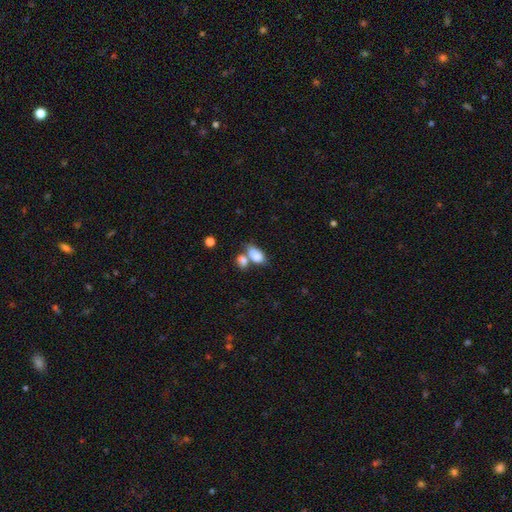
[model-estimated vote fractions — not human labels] This appears to be a smooth galaxy with no disk features (81%) that is in between round and cigar-shaped (89%). Merging: merger (52%).